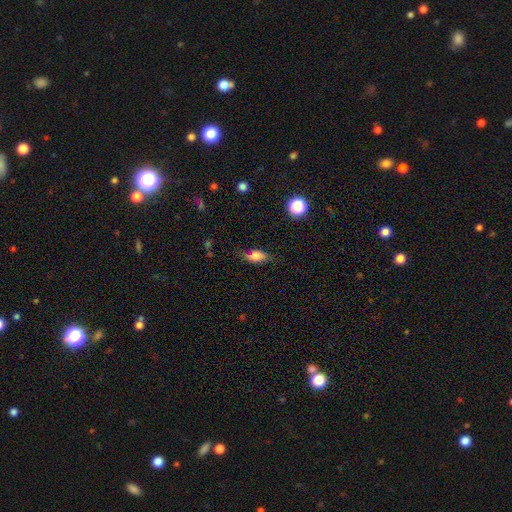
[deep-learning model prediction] A smooth galaxy with no disk features (73%) that is in between round and cigar-shaped (79%). Merging: none (57%).